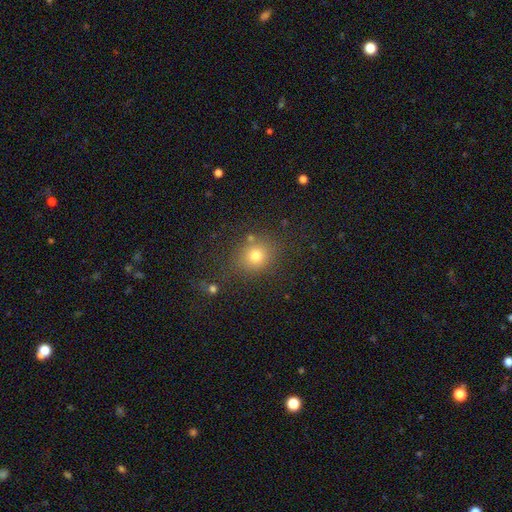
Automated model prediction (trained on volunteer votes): The model was most divided on "how rounded": round: 76%, in between: 23%, cigar-shaped: 1%. More confident: merging — none (78%); smooth or featured — smooth (73%).